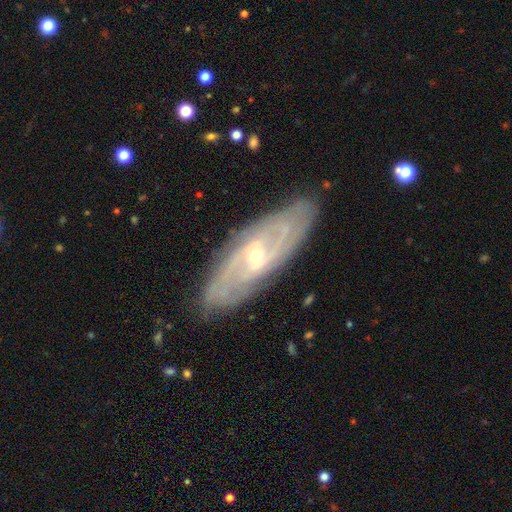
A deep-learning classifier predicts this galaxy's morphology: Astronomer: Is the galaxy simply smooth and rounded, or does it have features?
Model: featured or disk — 81%.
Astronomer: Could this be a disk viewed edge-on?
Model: no — 82%.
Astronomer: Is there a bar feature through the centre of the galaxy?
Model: weak — 45% (runner-up: no, 38%).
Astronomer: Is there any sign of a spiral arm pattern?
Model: yes — 90%.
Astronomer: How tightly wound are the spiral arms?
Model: tight — 58%.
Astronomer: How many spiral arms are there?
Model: can't tell — 43% (runner-up: 2, 30%).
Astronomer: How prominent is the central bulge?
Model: small — 67%.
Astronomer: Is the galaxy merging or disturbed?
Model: none — 85%.